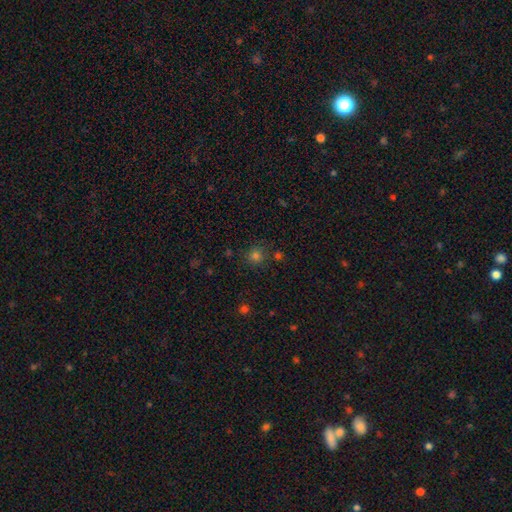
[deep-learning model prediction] This is likely a smooth galaxy (74%). How rounded: clearly round (91%). Merging: clearly none (81%).